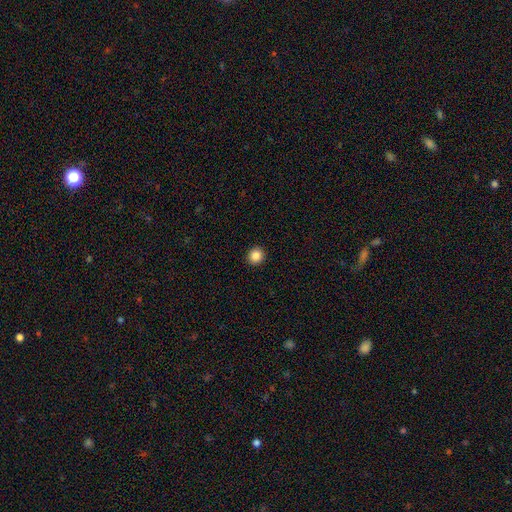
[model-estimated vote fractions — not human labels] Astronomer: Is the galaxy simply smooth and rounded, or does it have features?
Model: smooth — 86%.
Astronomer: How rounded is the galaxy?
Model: round — 90%.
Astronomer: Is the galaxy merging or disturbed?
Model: none — 93%.